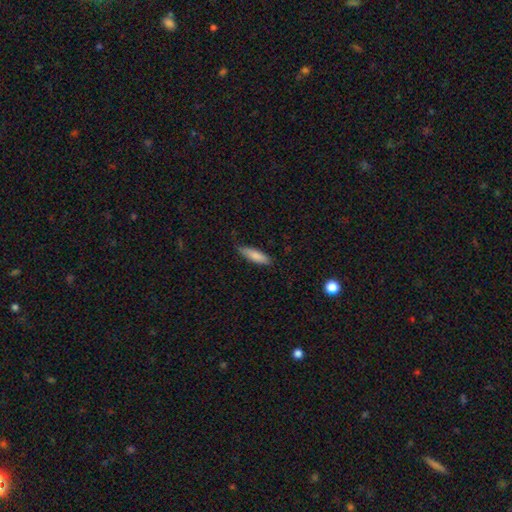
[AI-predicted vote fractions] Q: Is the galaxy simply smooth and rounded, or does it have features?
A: smooth — 83%.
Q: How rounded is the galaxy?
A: cigar-shaped — 59%.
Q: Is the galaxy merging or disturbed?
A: none — 76%.